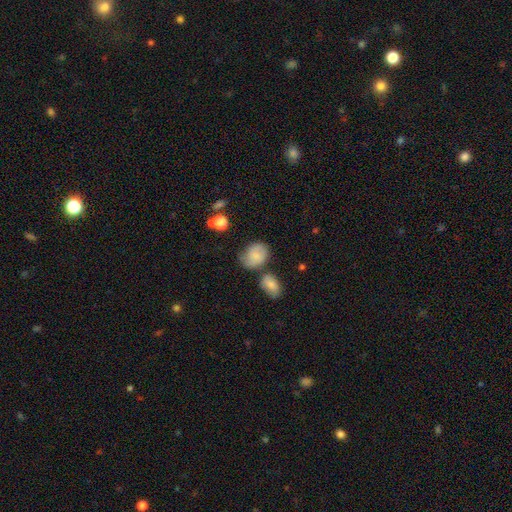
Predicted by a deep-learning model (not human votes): Morphology: type=smooth (67%); roundness=in between (56%); merging=none (55%).